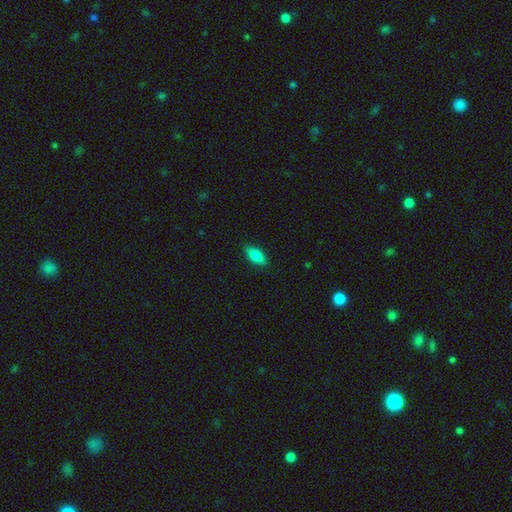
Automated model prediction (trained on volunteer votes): smooth 81%, featured or disk 12%, star or artifact 7%. Down the decision tree: how rounded — in between (81%); merging — none (86%).